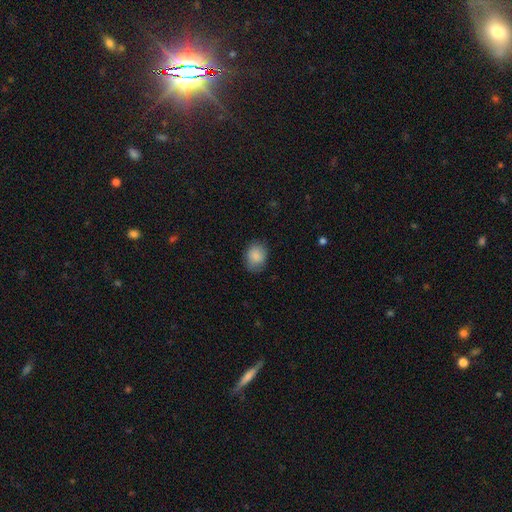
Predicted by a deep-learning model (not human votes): smooth 87%, star or artifact 7%, featured or disk 6%. Down the decision tree: how rounded — in between (55%); merging — none (77%).